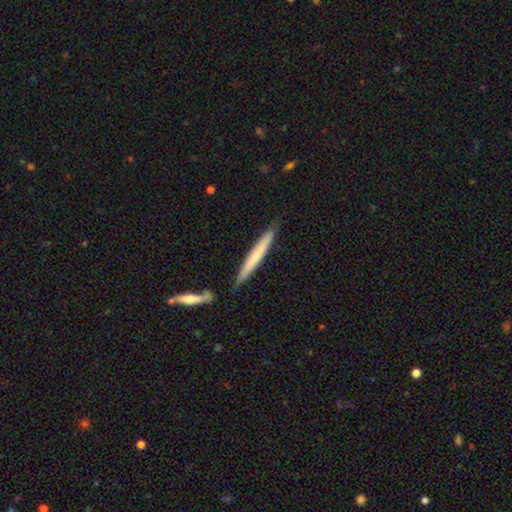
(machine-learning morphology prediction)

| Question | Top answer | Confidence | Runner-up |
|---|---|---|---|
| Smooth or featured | smooth | 60% | featured or disk (35%) |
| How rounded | cigar-shaped | 96% | in between (3%) |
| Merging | none | 81% | minor disturbance (11%) |